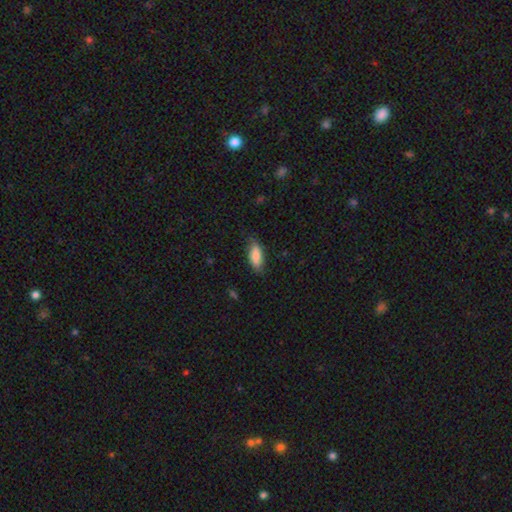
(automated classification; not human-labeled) A smooth galaxy with no disk features (82%) that is in between round and cigar-shaped (77%). Merging: none (73%).